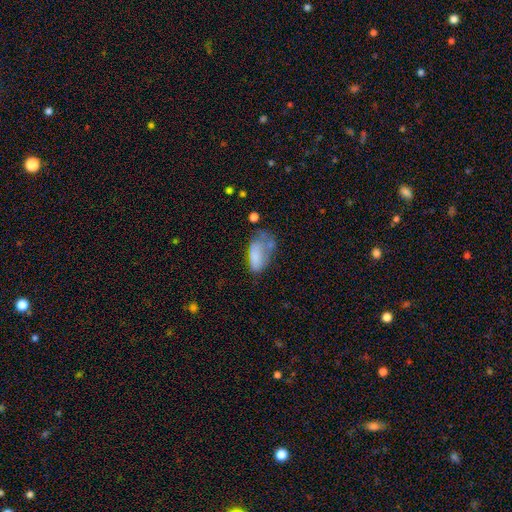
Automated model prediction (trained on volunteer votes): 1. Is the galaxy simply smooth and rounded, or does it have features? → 72% smooth, 19% featured or disk, 9% star or artifact.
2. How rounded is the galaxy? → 92% in between, 4% cigar-shaped, 4% round.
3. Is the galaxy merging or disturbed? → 34% major disturbance, 29% minor disturbance, 25% none, 12% merger.